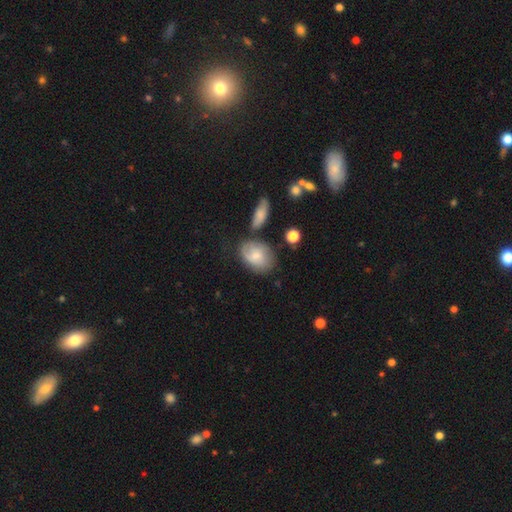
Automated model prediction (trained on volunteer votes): Q: Smooth or featured?
A: smooth (60%); runner-up: featured or disk (33%)
Q: How rounded?
A: in between (74%); runner-up: round (24%)
Q: Merging?
A: none (57%); runner-up: minor disturbance (24%)